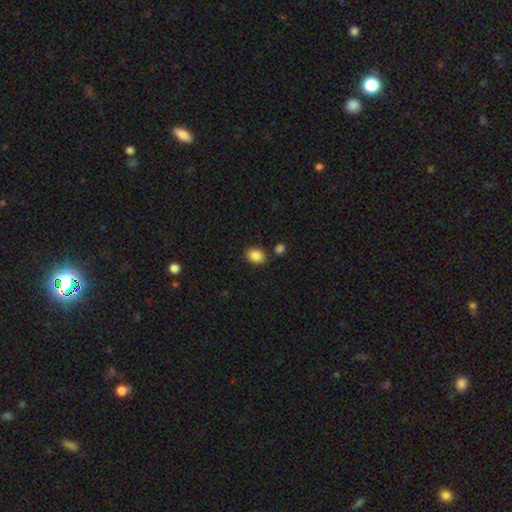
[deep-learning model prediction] Smooth or featured? Predicted: smooth (p=0.87). How rounded? Predicted: in between (p=0.72). Merging? Predicted: none (p=0.82).